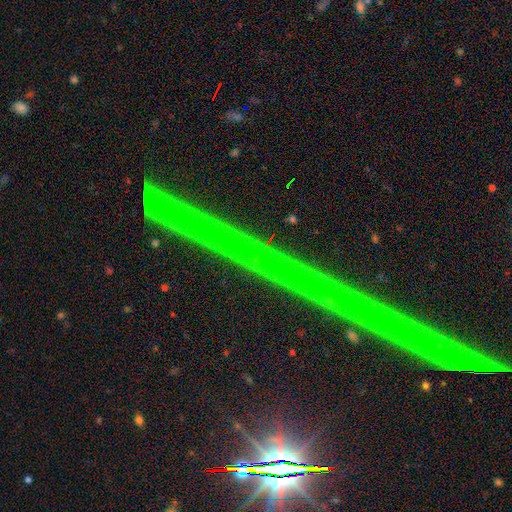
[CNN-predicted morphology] This appears to be a star or artifact, not a galaxy (46%).